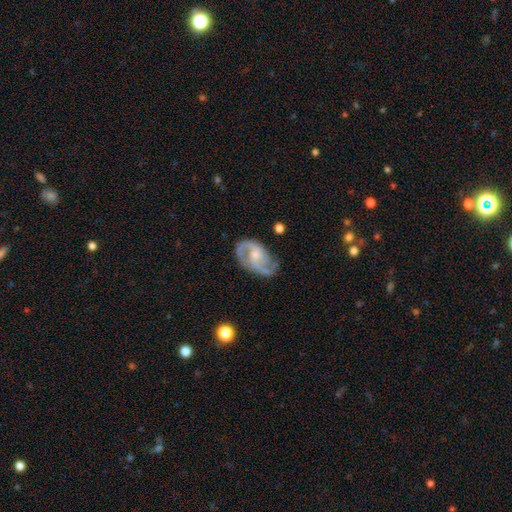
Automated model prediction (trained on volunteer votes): Smooth or featured: featured or disk — 82% (smooth — 12%)
Edge-on disk: no — 97% (yes — 3%)
Bar: no — 58% (weak — 36%)
Spiral arms: yes — 93% (no — 7%)
Spiral winding: medium — 51% (tight — 28%)
Spiral arm count: 2 — 76% (can't tell — 10%)
Bulge size: small — 42% (moderate — 41%)
Merging: none — 63% (minor disturbance — 23%)